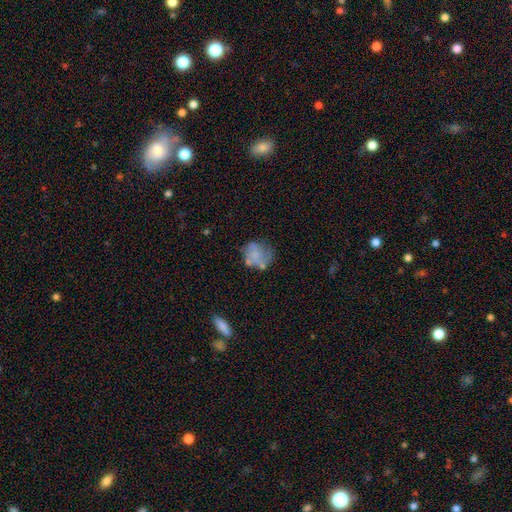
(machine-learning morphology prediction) Smooth or featured: smooth — 52% (featured or disk — 37%)
How rounded: round — 71% (in between — 28%)
Merging: none — 48% (minor disturbance — 24%)